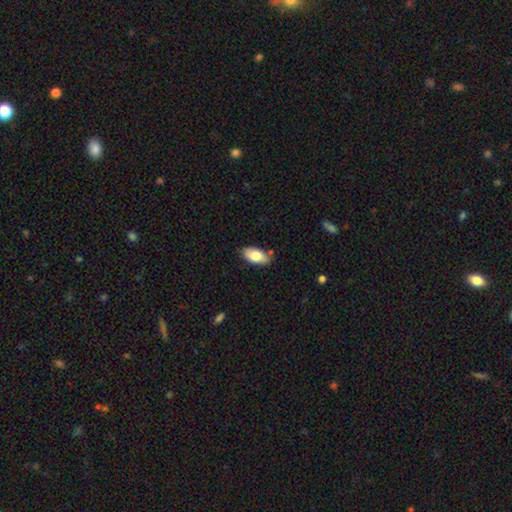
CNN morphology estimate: smooth_or_featured: smooth (p=0.78) [alt: featured or disk p=0.15]
how_rounded: in between (p=0.93) [alt: cigar-shaped p=0.04]
merging: none (p=0.81) [alt: minor disturbance p=0.14]